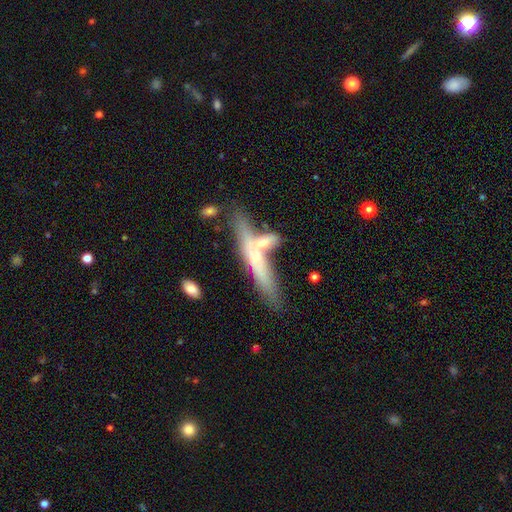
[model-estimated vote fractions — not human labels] Smooth or featured: featured or disk — 46% (tied with smooth — 46%)
Merging: none — 49% (merger — 29%)